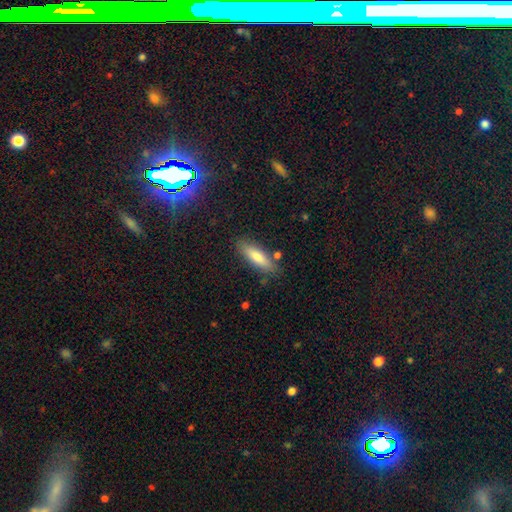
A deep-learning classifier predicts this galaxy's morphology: Smooth or featured: smooth — 78% (featured or disk — 15%)
How rounded: cigar-shaped — 57% (in between — 42%)
Merging: none — 81% (minor disturbance — 12%)